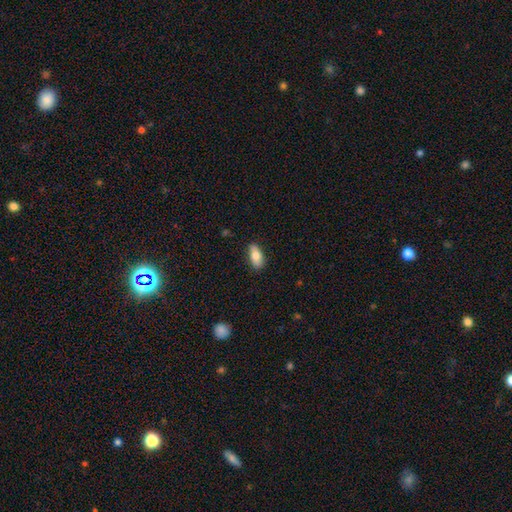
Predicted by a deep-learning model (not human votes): smooth 78%, featured or disk 16%, star or artifact 7%. Down the decision tree: how rounded — in between (88%); merging — none (84%).